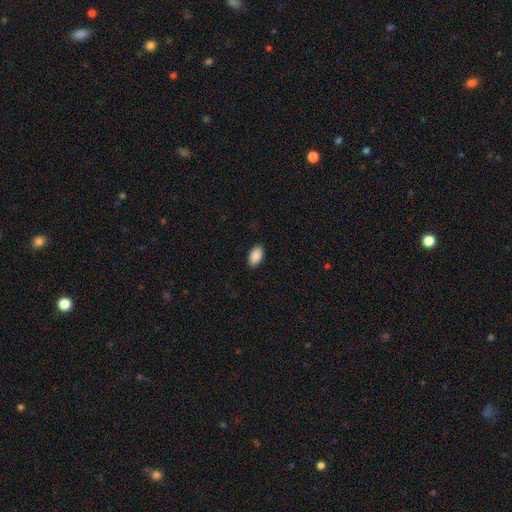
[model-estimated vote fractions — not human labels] smooth-or-featured: smooth: 91% | star or artifact: 7% | featured or disk: 3%
  how-rounded: in between: 94% | round: 4% | cigar-shaped: 2%
  merging: none: 89% | minor disturbance: 8% | major disturbance: 2% | merger: 1%